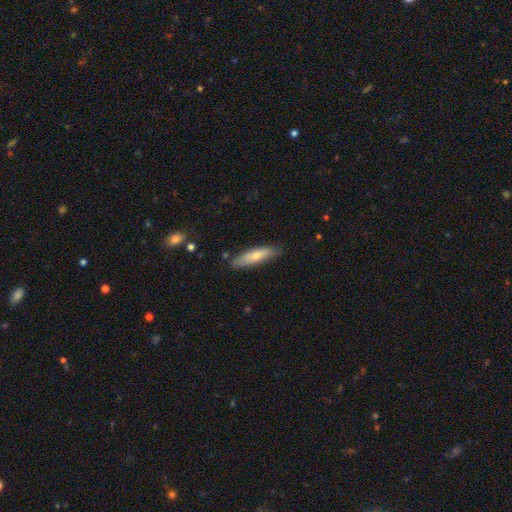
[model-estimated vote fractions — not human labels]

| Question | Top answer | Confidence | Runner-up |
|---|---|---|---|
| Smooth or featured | smooth | 67% | featured or disk (28%) |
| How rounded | cigar-shaped | 68% | in between (30%) |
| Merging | none | 81% | minor disturbance (14%) |